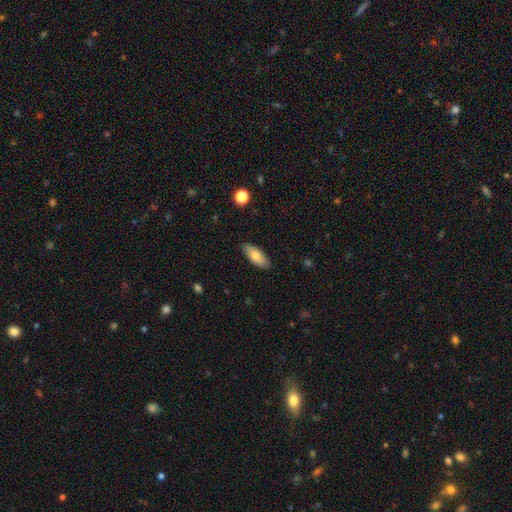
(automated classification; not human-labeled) smooth 75%, featured or disk 19%, star or artifact 6%. Down the decision tree: how rounded — in between (78%); merging — none (87%).